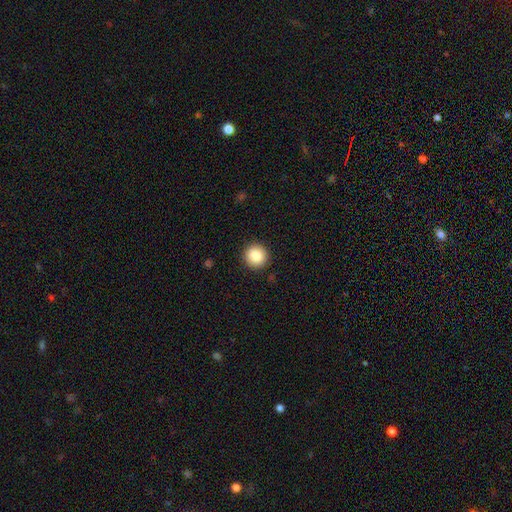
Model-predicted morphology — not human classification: This is clearly a smooth galaxy (87%). How rounded: clearly round (94%). Merging: clearly none (92%).